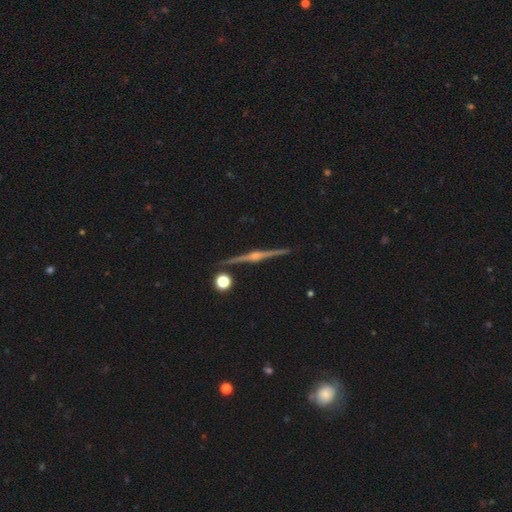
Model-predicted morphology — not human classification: Smooth or featured: featured or disk — 81% (smooth — 10%)
Edge-on disk: yes — 96% (no — 4%)
Edge-on bulge: rounded — 86% (none — 8%)
Merging: none — 84% (minor disturbance — 9%)